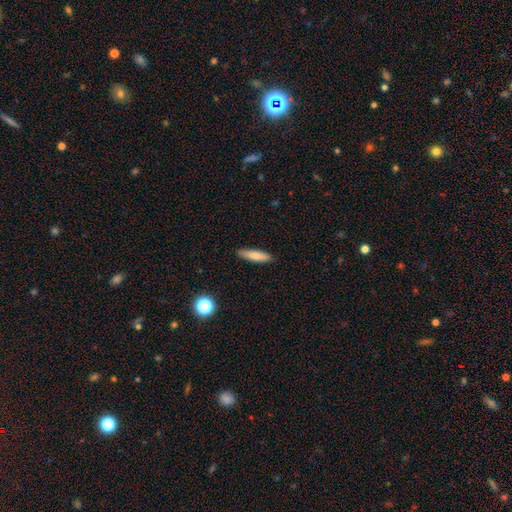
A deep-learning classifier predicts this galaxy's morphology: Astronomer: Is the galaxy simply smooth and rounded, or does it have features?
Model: smooth — 77%.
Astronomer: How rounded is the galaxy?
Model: cigar-shaped — 75%.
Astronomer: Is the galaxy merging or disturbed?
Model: none — 89%.